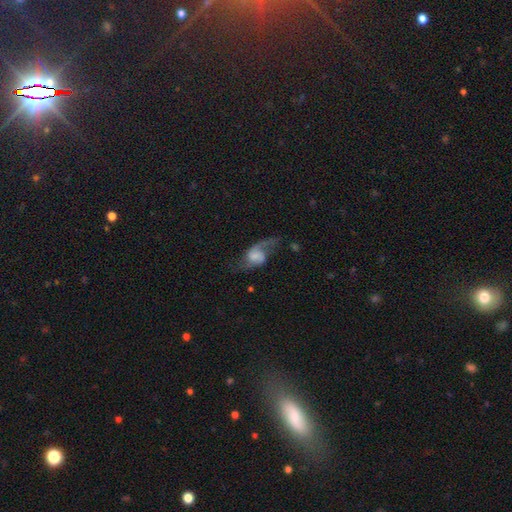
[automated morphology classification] Smooth or featured: featured or disk — 71% (smooth — 21%)
Edge-on disk: no — 96% (yes — 4%)
Bar: no — 55% (weak — 35%)
Spiral arms: yes — 91% (no — 9%)
Spiral winding: loose — 77% (medium — 19%)
Spiral arm count: 2 — 83% (1 — 11%)
Bulge size: none — 33% (small — 23%)
Merging: none — 48% (major disturbance — 28%)